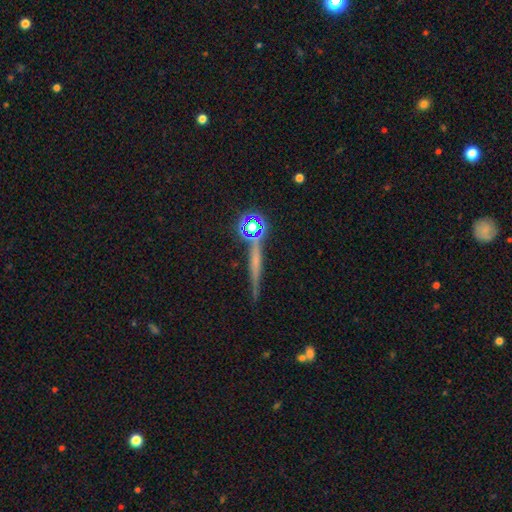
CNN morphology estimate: Smooth or featured?
  - featured or disk: 46% *
  - smooth: 31%
  - star or artifact: 24%
Merging?
  - none: 82% *
  - minor disturbance: 9%
  - merger: 5%
  - major disturbance: 3%